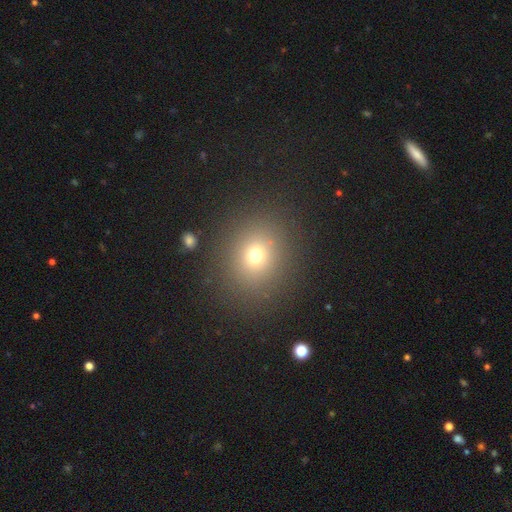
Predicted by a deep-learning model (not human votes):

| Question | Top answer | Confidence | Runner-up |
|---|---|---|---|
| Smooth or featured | smooth | 70% | star or artifact (20%) |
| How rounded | round | 78% | in between (21%) |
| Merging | none | 87% | minor disturbance (7%) |